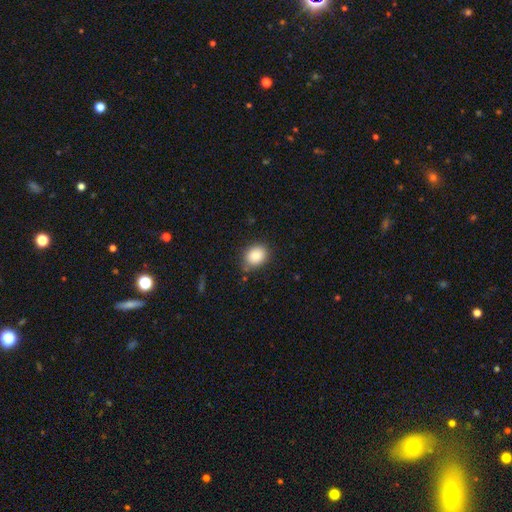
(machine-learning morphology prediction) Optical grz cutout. It shows a smooth galaxy with no disk features (88%) that is in between round and cigar-shaped (51%). Merging: none (79%).